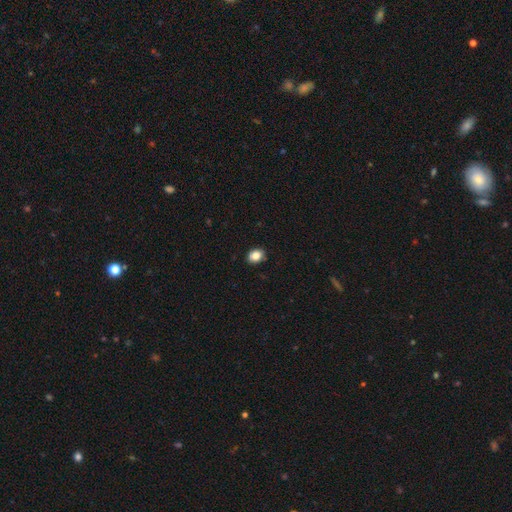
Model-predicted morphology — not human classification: type=smooth (84%); roundness=in between (58%); merging=none (89%).